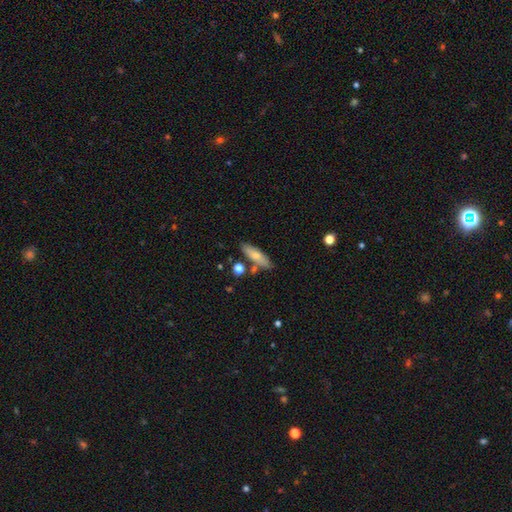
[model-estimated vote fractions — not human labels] Overall: smooth (70%). How rounded: cigar-shaped (50%; in between 47%). Merging: none (74%).